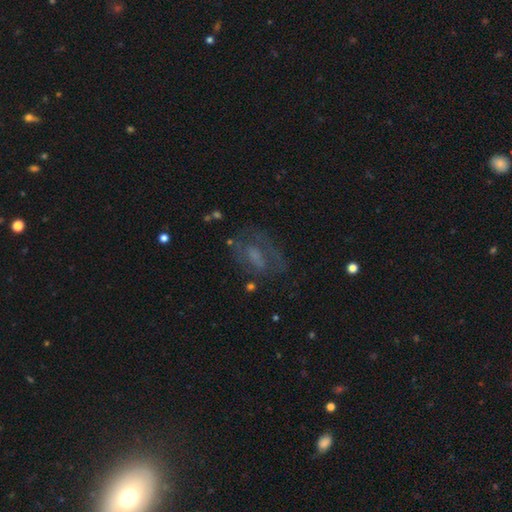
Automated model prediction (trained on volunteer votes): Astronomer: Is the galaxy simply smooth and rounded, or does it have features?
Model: featured or disk — 52% (runner-up: smooth, 32%).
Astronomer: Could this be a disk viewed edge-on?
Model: no — 93%.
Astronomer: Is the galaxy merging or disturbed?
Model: none — 55%.